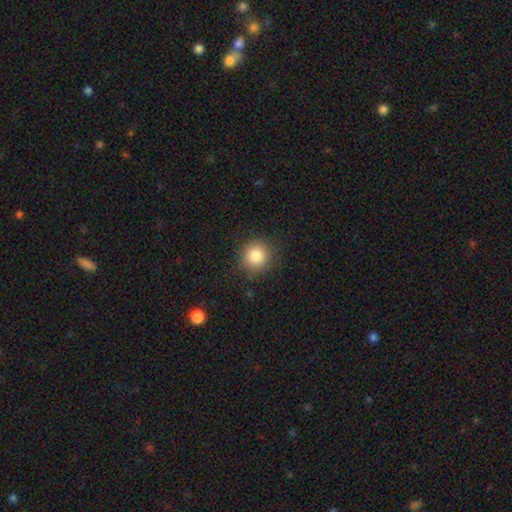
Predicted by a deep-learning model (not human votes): Smooth or featured? Predicted: smooth (p=0.84). How rounded? Predicted: round (p=0.92). Merging? Predicted: none (p=0.87).